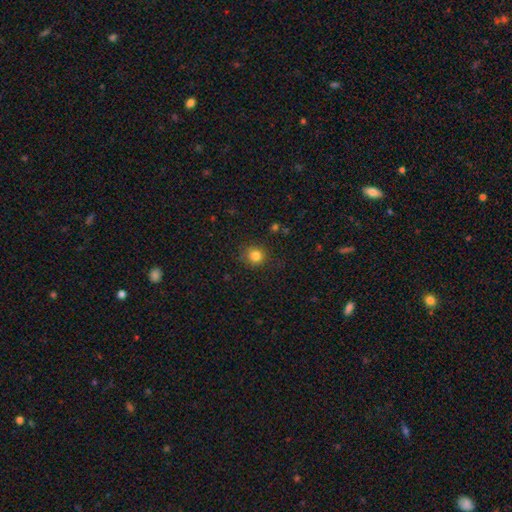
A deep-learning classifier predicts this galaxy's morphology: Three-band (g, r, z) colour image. It shows a smooth galaxy with no disk features (83%) that is round (89%). Merging: none (84%).